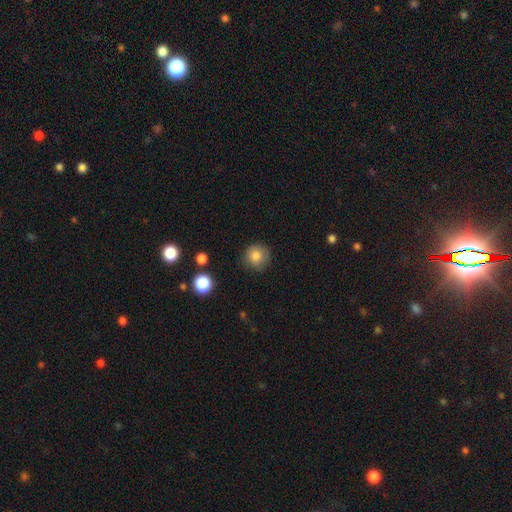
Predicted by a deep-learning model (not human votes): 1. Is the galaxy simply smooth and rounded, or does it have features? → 83% smooth, 10% star or artifact, 7% featured or disk.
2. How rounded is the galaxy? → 93% round, 7% in between, 1% cigar-shaped.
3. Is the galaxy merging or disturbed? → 83% none, 12% minor disturbance, 3% major disturbance, 1% merger.